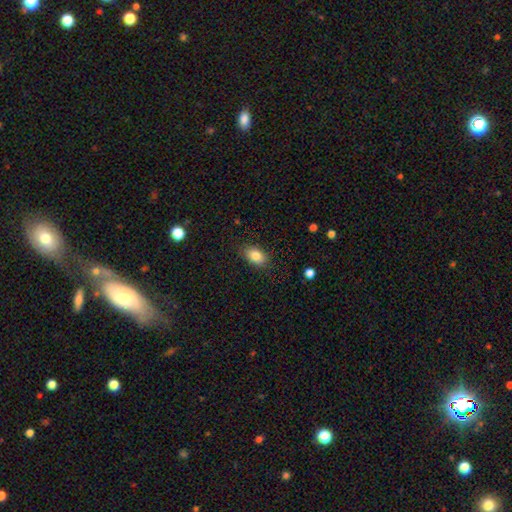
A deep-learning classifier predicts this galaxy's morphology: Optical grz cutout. It shows a smooth galaxy with no disk features (85%) that is in between round and cigar-shaped (89%). Merging: none (85%).